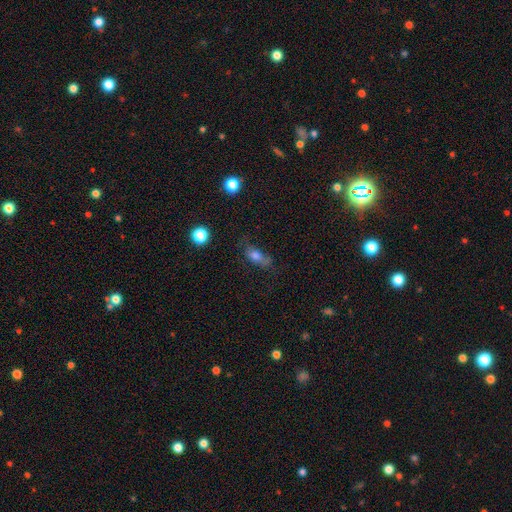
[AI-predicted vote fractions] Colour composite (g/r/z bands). It shows a smooth galaxy with no disk features (70%) that is in between round and cigar-shaped (74%). Merging: none (49%).